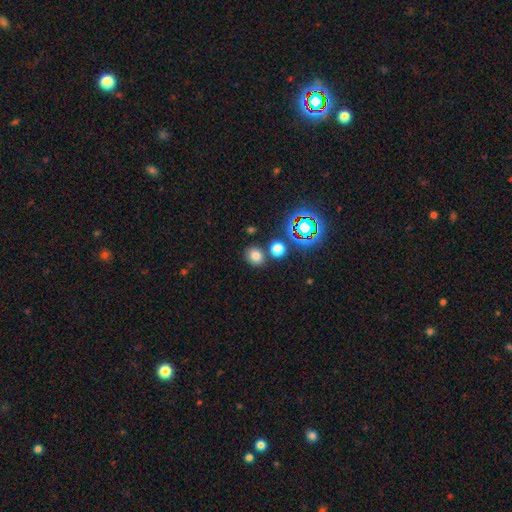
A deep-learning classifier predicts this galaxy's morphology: The model was most divided on "how rounded": round: 65%, in between: 34%, cigar-shaped: 1%. More confident: merging — none (76%); smooth or featured — smooth (73%).